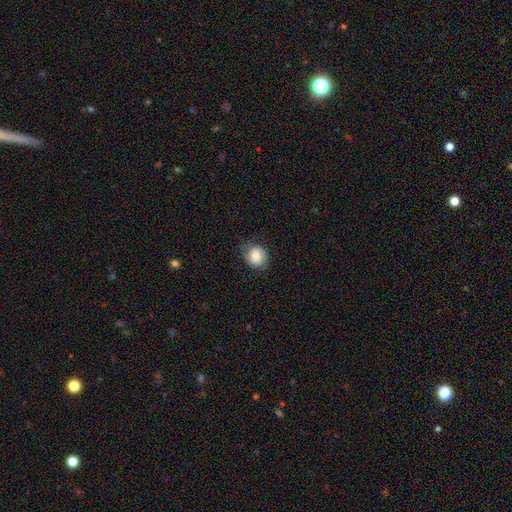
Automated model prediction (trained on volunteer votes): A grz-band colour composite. It shows a smooth galaxy with no disk features (71%) that is round (58%). Merging: none (68%).